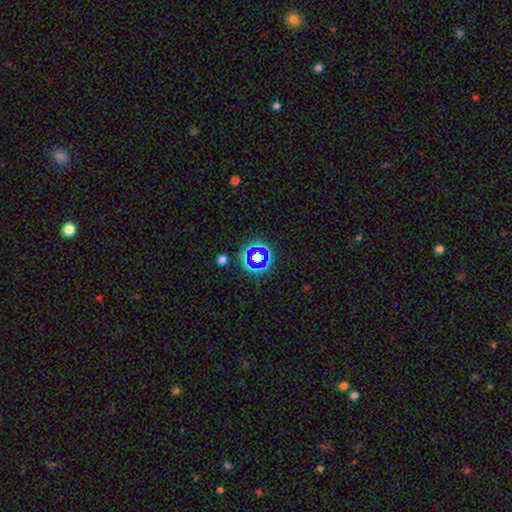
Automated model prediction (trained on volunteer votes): Smooth or featured?
  - star or artifact: 50% *
  - smooth: 34%
  - featured or disk: 16%